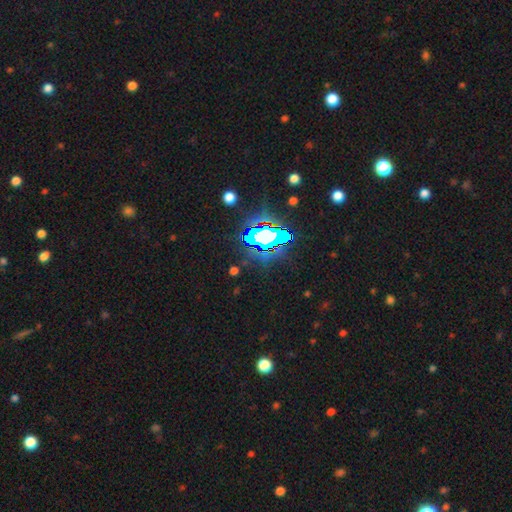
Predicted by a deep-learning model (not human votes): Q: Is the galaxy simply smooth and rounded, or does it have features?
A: star or artifact — 84%.